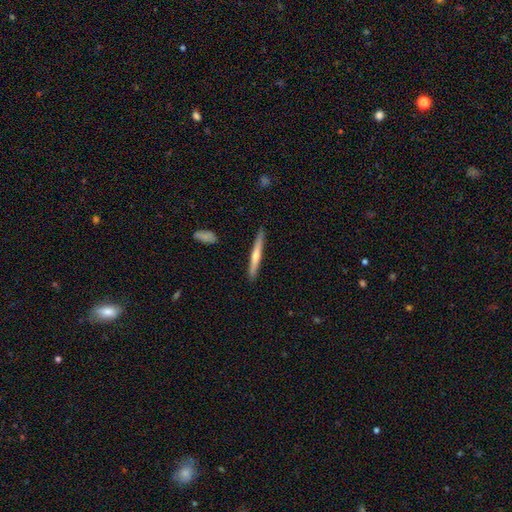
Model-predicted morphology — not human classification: type=featured or disk (54%); edge-on=yes (96%); edge-on bulge=rounded (72%); merging=none (89%).